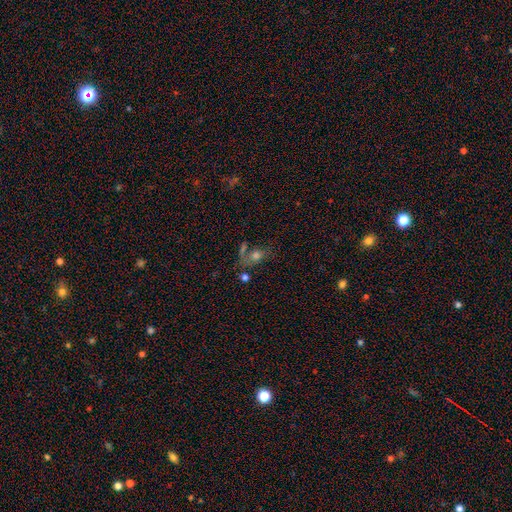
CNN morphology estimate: The model was most divided on "merging": none: 43%, merger: 23%, minor disturbance: 17%, major disturbance: 17%. More confident: how rounded — in between (69%); smooth or featured — smooth (54%).